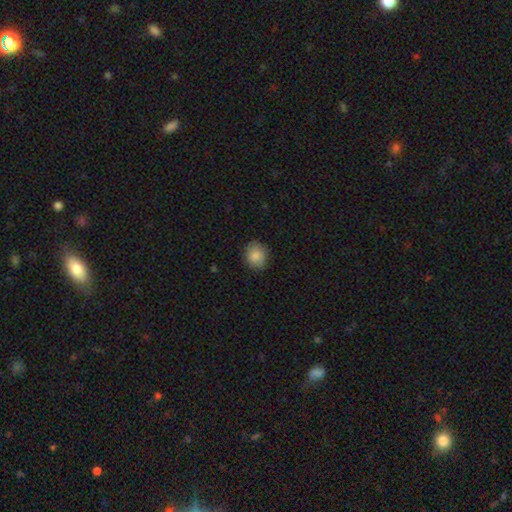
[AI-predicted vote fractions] smooth-or-featured: smooth: 86% | star or artifact: 8% | featured or disk: 6%
  how-rounded: round: 69% | in between: 30% | cigar-shaped: 1%
  merging: none: 86% | minor disturbance: 11% | major disturbance: 2% | merger: 1%